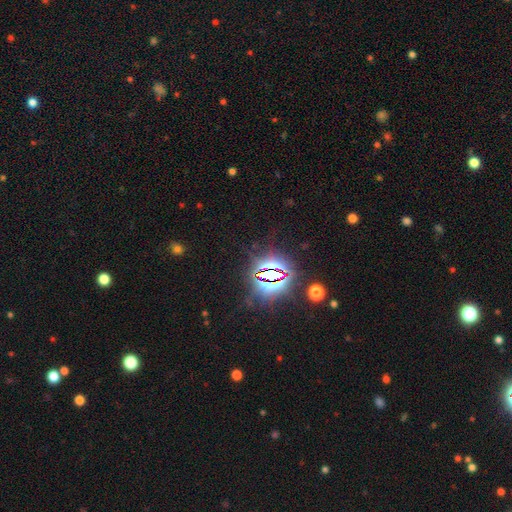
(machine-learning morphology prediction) smooth-or-featured: star or artifact: 82% | smooth: 11% | featured or disk: 7%